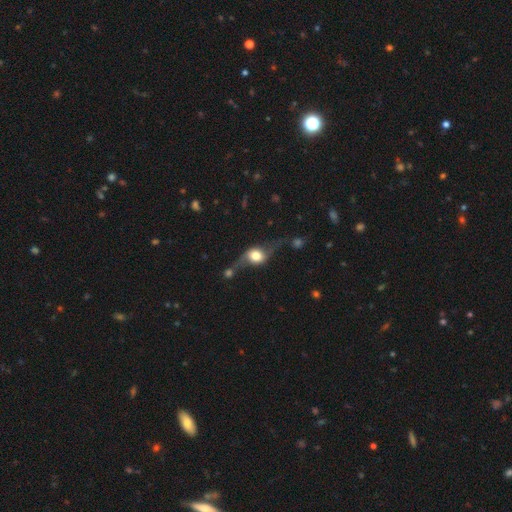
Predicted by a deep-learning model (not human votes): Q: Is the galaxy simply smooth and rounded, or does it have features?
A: featured or disk — 53%.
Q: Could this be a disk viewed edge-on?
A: no — 68%.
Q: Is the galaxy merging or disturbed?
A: none — 39%.